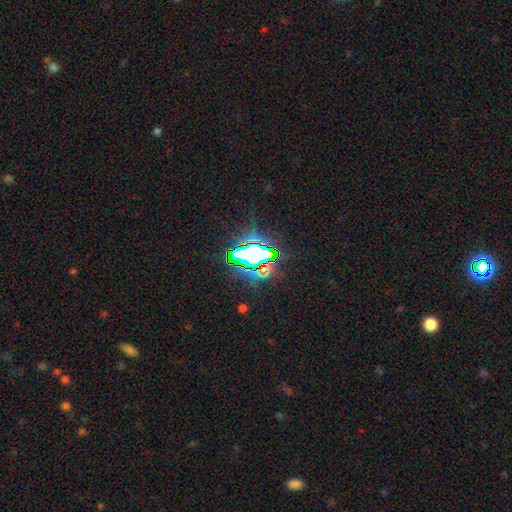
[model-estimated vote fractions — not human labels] The model was most divided on "smooth or featured": star or artifact: 67%, smooth: 19%, featured or disk: 14%.